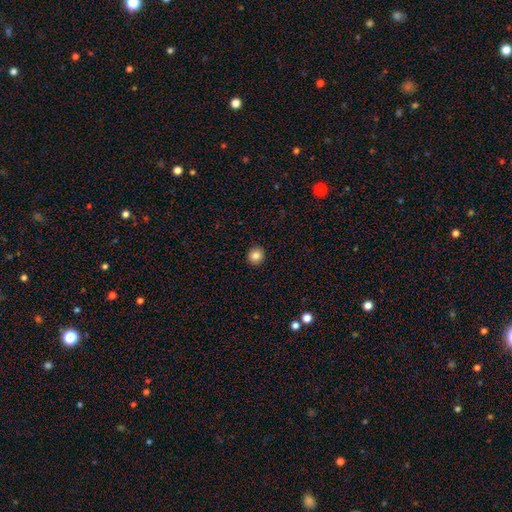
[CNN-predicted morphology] Smooth or featured?
  - smooth: 85% *
  - star or artifact: 10%
  - featured or disk: 5%
How rounded?
  - round: 92% *
  - in between: 7%
  - cigar-shaped: 1%
Merging?
  - none: 93% *
  - minor disturbance: 5%
  - major disturbance: 2%
  - merger: 1%